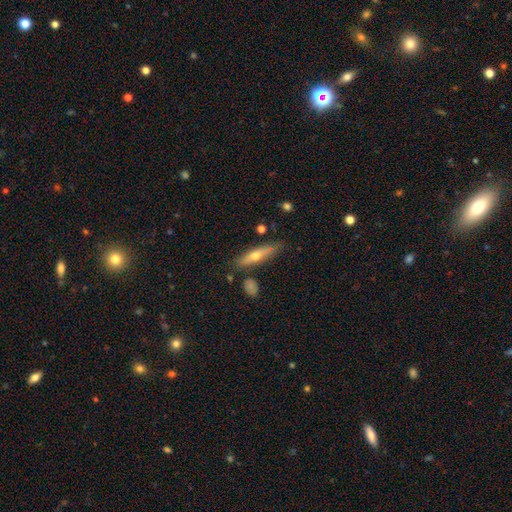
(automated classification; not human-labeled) smooth 49%, featured or disk 44%, star or artifact 6%. Down the decision tree: merging — none (78%).